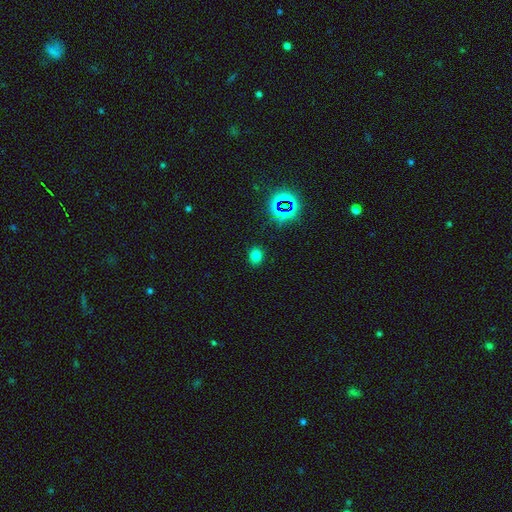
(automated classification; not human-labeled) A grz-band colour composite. It shows a smooth galaxy with no disk features (73%) that is round (58%). Merging: none (88%).